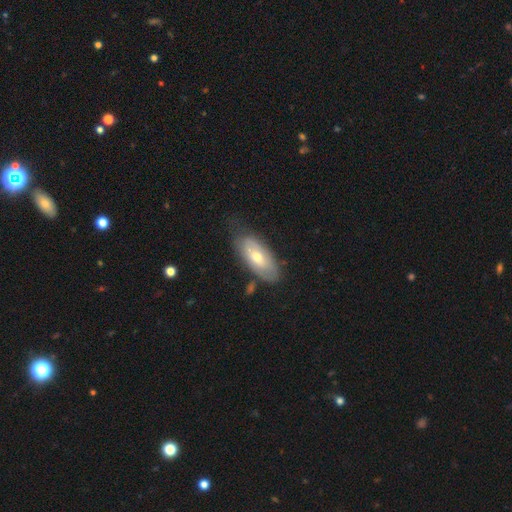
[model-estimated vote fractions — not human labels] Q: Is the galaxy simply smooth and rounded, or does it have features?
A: smooth — 53%.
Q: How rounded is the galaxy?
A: in between — 87%.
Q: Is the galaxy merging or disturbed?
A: none — 68%.